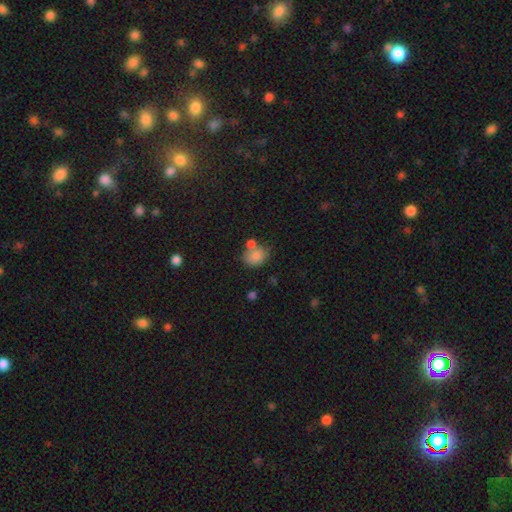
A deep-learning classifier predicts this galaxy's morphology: This appears to be a smooth galaxy with no disk features (81%) that is in between round and cigar-shaped (53%). Merging: none (45%).